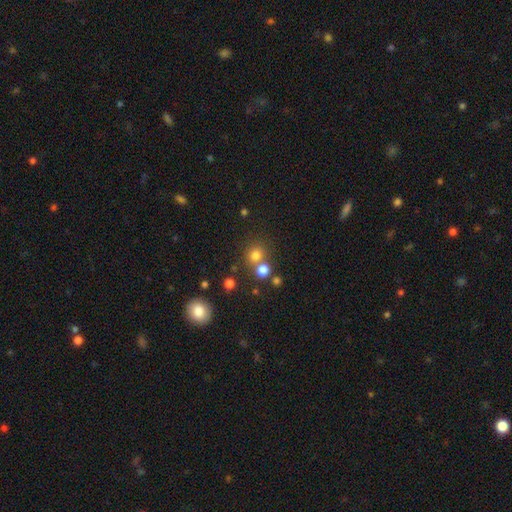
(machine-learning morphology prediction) The model was most divided on "merging": none: 61%, merger: 27%, minor disturbance: 8%, major disturbance: 4%. More confident: how rounded — round (84%); smooth or featured — smooth (74%).